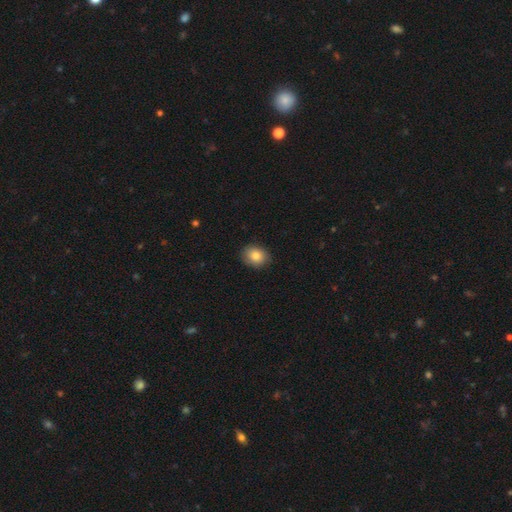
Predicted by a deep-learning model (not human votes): This appears to be a smooth galaxy with no disk features (85%) that is round (50%). Merging: none (86%).